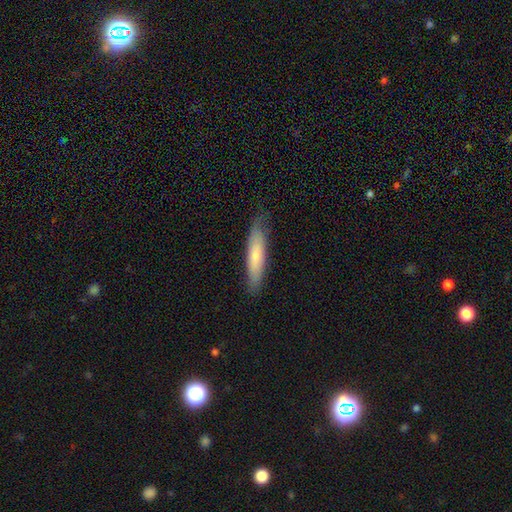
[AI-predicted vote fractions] A smooth galaxy with no disk features (69%) that is cigar-shaped (82%). Merging: none (79%).